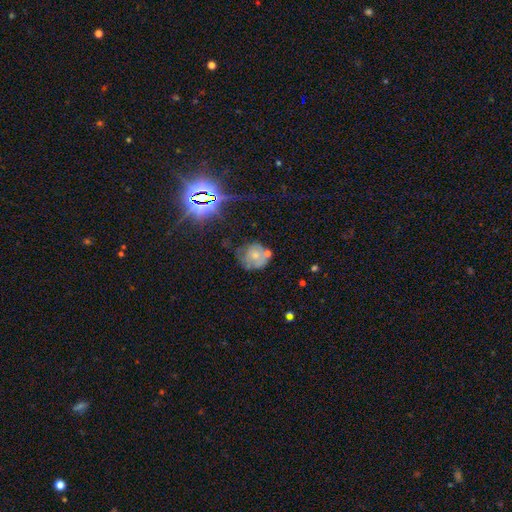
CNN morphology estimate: A smooth galaxy with no disk features (48%). Merging: none (45%).